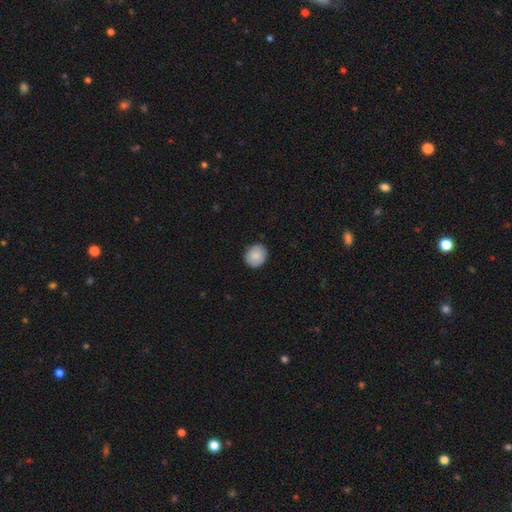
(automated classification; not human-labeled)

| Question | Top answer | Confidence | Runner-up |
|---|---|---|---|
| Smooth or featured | smooth | 83% | featured or disk (11%) |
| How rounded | round | 77% | in between (23%) |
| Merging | none | 87% | minor disturbance (10%) |